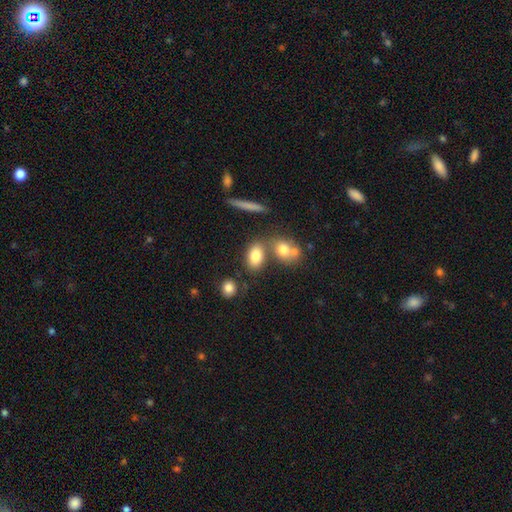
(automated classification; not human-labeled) smooth-or-featured: smooth: 80% | featured or disk: 11% | star or artifact: 10%
  how-rounded: in between: 82% | round: 15% | cigar-shaped: 4%
  merging: none: 62% | merger: 21% | minor disturbance: 12% | major disturbance: 5%